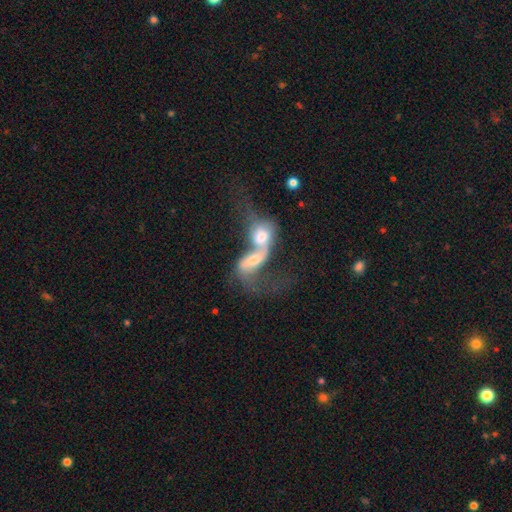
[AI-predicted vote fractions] Smooth or featured: featured or disk — 59% (smooth — 32%)
Edge-on disk: no — 93% (yes — 7%)
Bar: no — 64% (weak — 26%)
Spiral arms: yes — 61% (no — 39%)
Bulge size: moderate — 50% (small — 24%)
Merging: merger — 83% (major disturbance — 8%)